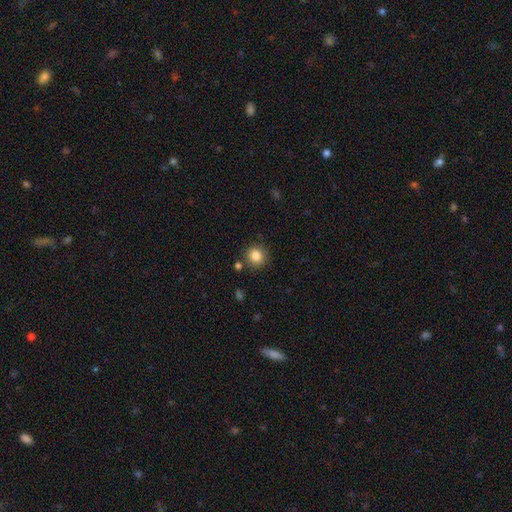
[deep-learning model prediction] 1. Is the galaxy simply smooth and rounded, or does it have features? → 84% smooth, 11% star or artifact, 5% featured or disk.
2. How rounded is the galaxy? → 92% round, 7% in between, 1% cigar-shaped.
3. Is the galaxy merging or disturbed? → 86% none, 8% minor disturbance, 4% merger, 2% major disturbance.